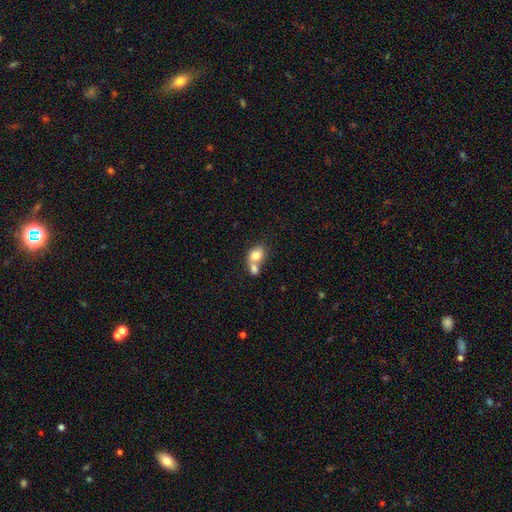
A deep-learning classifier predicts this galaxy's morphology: Smooth or featured? Predicted: smooth (p=0.75). How rounded? Predicted: in between (p=0.57). Merging? Predicted: merger (p=0.68).